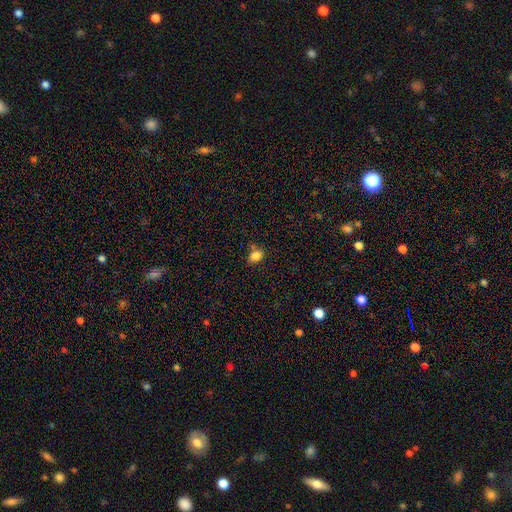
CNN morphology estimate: smooth_or_featured: smooth (p=0.83) [alt: star or artifact p=0.11]
how_rounded: in between (p=0.68) [alt: round p=0.30]
merging: none (p=0.68) [alt: minor disturbance p=0.17]